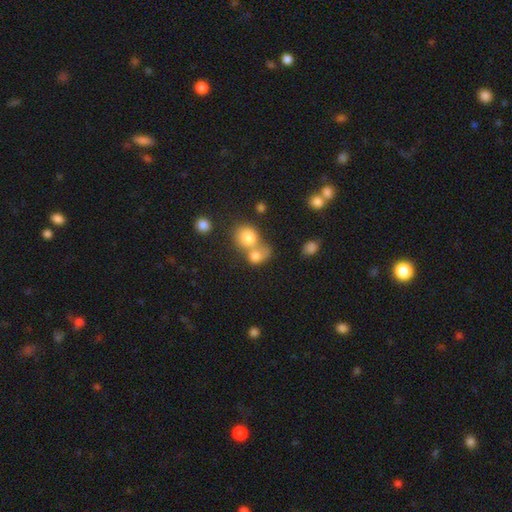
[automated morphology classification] This is likely a smooth galaxy (78%). How rounded: likely round (67%). Merging: likely merger (63%).